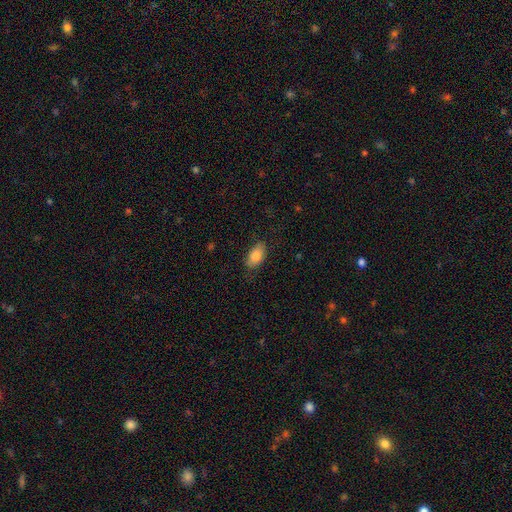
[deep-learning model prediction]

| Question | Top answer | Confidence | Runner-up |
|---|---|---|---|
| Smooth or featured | smooth | 85% | featured or disk (8%) |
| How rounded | in between | 92% | round (4%) |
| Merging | none | 80% | minor disturbance (15%) |